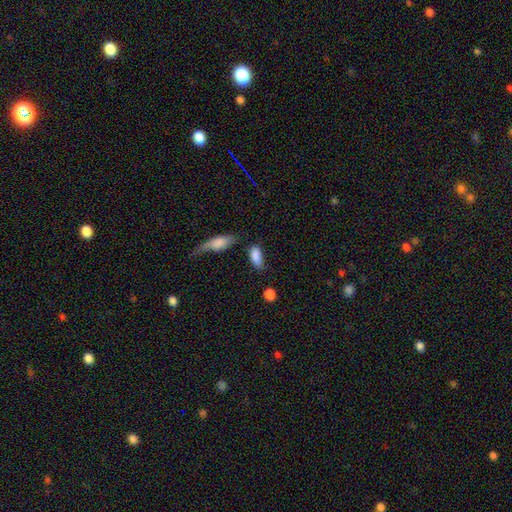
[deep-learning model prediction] Smooth or featured: smooth — 86% (featured or disk — 7%)
How rounded: in between — 86% (cigar-shaped — 11%)
Merging: none — 52% (minor disturbance — 26%)